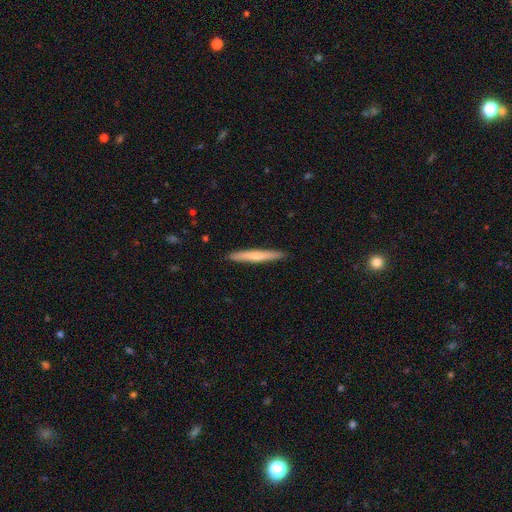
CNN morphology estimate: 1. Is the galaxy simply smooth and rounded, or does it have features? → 61% smooth, 33% featured or disk, 5% star or artifact.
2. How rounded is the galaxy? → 96% cigar-shaped, 3% in between, 1% round.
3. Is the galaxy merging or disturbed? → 91% none, 7% minor disturbance, 1% major disturbance, 1% merger.